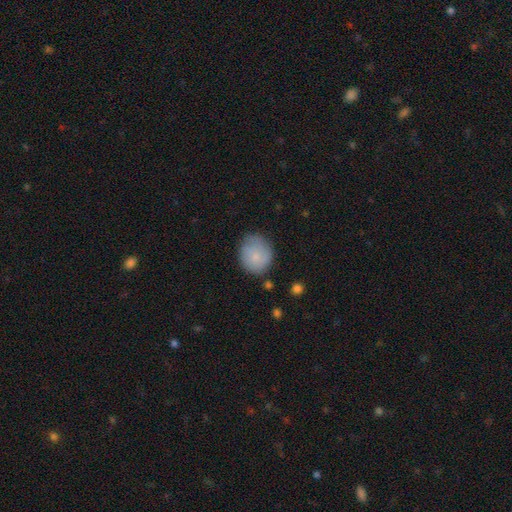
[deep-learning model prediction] This is clearly a smooth galaxy (81%). How rounded: clearly round (81%). Merging: likely none (68%).